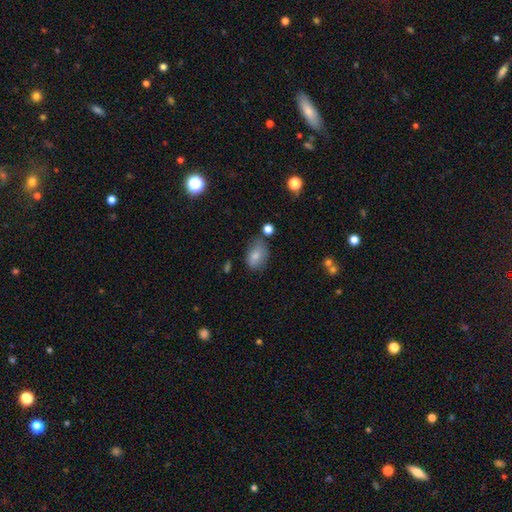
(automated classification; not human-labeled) Smooth or featured: smooth — 79% (featured or disk — 12%)
How rounded: in between — 80% (round — 19%)
Merging: none — 60% (minor disturbance — 27%)